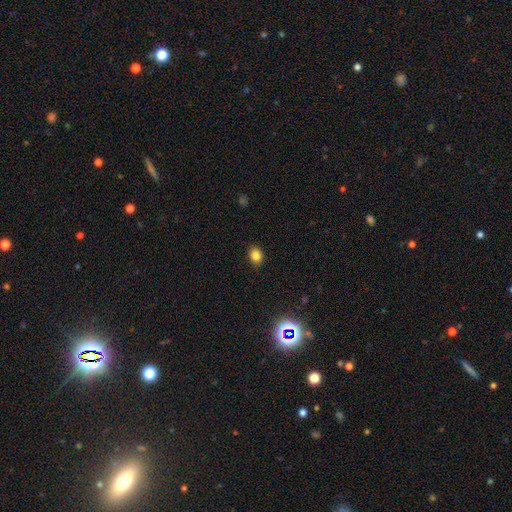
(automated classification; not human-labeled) This is clearly a smooth galaxy (83%). How rounded: possibly in between (55%). Merging: clearly none (88%).